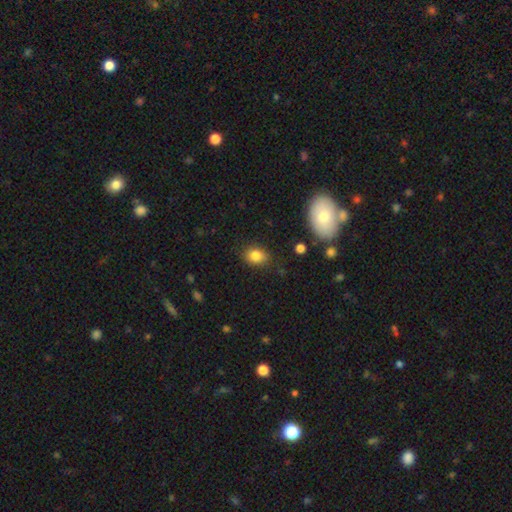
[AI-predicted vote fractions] smooth_or_featured: smooth (p=0.83) [alt: star or artifact p=0.10]
how_rounded: in between (p=0.64) [alt: round p=0.34]
merging: none (p=0.83) [alt: minor disturbance p=0.13]